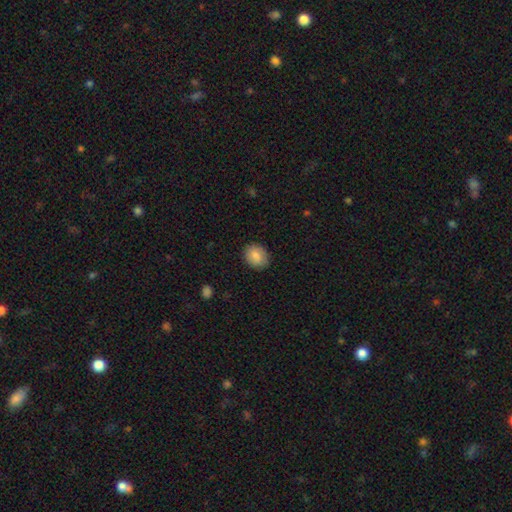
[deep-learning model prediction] smooth 87%, star or artifact 7%, featured or disk 6%. Down the decision tree: how rounded — round (52%); merging — none (86%).